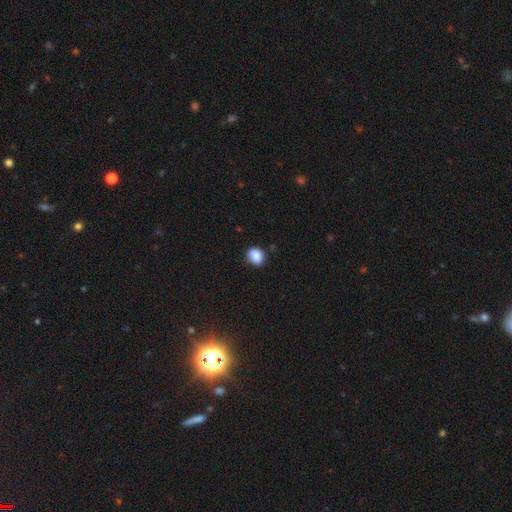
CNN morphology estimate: A smooth galaxy with no disk features (88%) that is round (52%). Merging: none (86%).